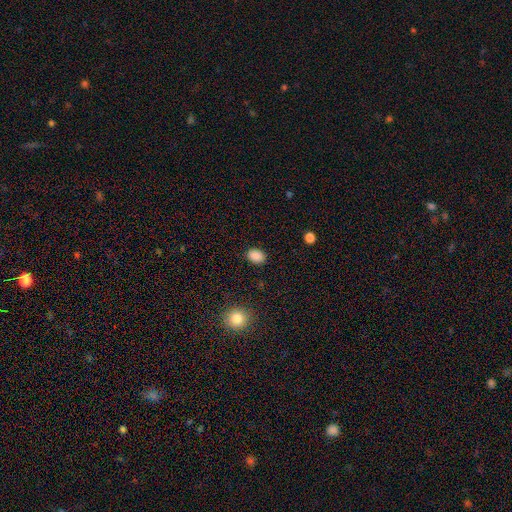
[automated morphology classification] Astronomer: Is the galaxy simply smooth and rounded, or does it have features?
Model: smooth — 88%.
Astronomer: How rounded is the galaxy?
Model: in between — 70%.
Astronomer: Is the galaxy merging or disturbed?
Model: none — 88%.